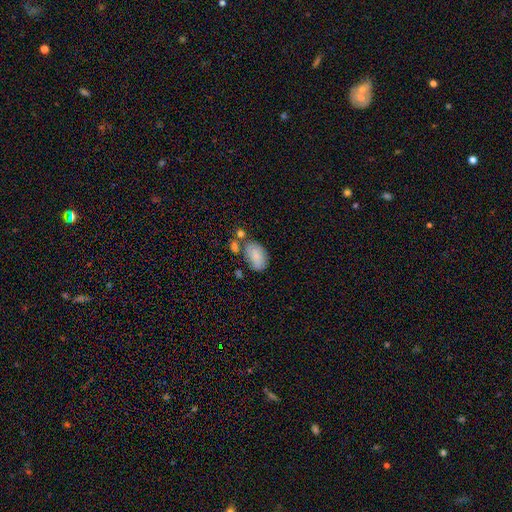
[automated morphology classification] smooth_or_featured: smooth (p=0.78) [alt: featured or disk p=0.15]
how_rounded: in between (p=0.91) [alt: round p=0.07]
merging: none (p=0.58) [alt: minor disturbance p=0.20]